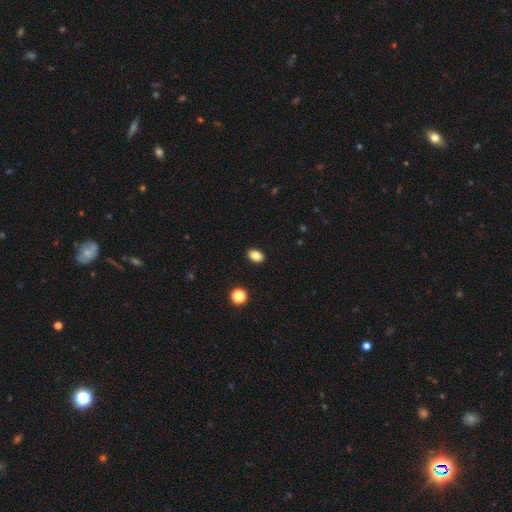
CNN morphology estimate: Smooth or featured? Predicted: smooth (p=0.84). How rounded? Predicted: in between (p=0.79). Merging? Predicted: none (p=0.90).